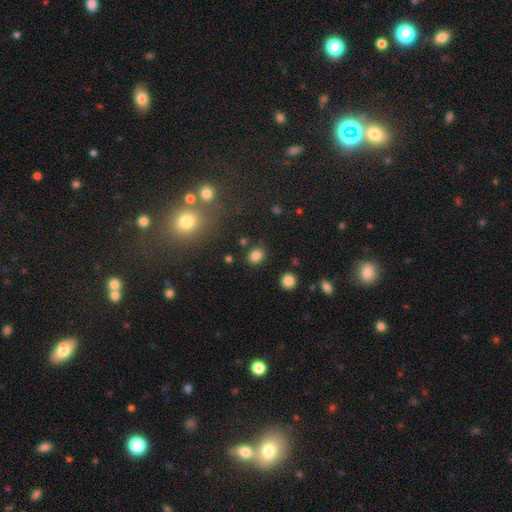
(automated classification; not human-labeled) smooth_or_featured: smooth (p=0.83) [alt: star or artifact p=0.12]
how_rounded: in between (p=0.55) [alt: round p=0.44]
merging: none (p=0.85) [alt: minor disturbance p=0.09]